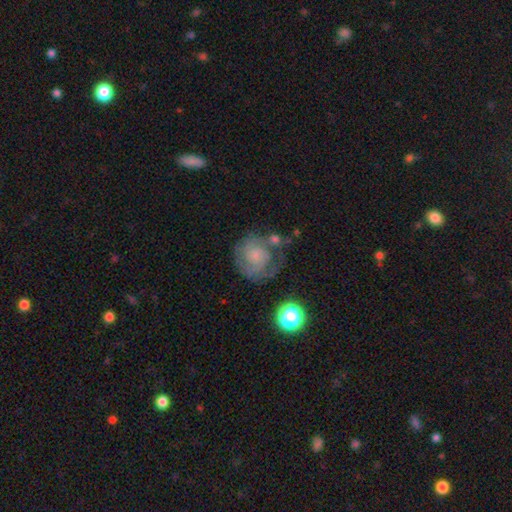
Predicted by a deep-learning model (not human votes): smooth-or-featured: featured or disk: 64% | smooth: 27% | star or artifact: 9%
  disk-edge-on: no: 98% | yes: 2%
    bar: no: 75% | weak: 22% | strong: 3%
    has-spiral-arms: yes: 84% | no: 16%
      spiral-winding: tight: 57% | medium: 31% | loose: 12%
      spiral-arm-count: 2: 39% | can't tell: 32% | 1: 11% | 3: 11% | 4: 4% | more than 4: 3%
    bulge-size: small: 48% | none: 24% | moderate: 21% | large: 5% | dominant: 2%
  merging: none: 50% | minor disturbance: 21% | major disturbance: 20% | merger: 8%